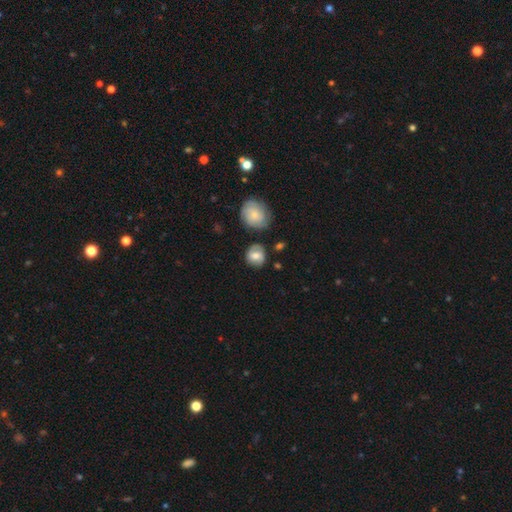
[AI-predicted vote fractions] This appears to be a smooth galaxy with no disk features (64%) that is round (79%). Merging: none (72%).